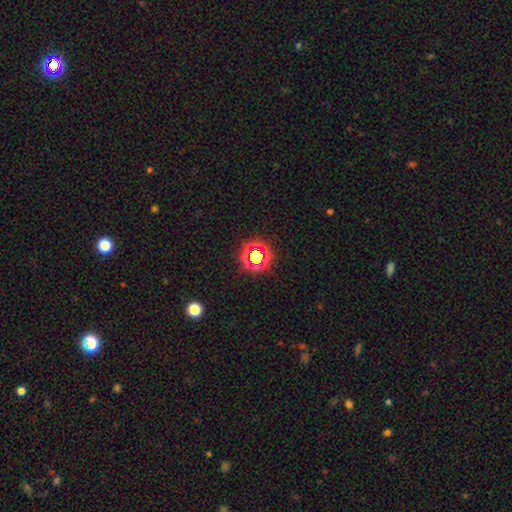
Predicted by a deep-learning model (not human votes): Smooth or featured? Predicted: star or artifact (p=0.63).